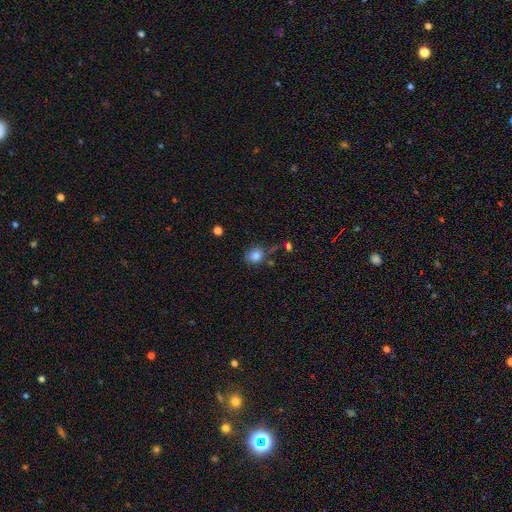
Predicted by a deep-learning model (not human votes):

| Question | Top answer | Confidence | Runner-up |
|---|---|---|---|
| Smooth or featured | smooth | 84% | star or artifact (10%) |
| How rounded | round | 65% | in between (33%) |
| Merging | none | 67% | minor disturbance (20%) |